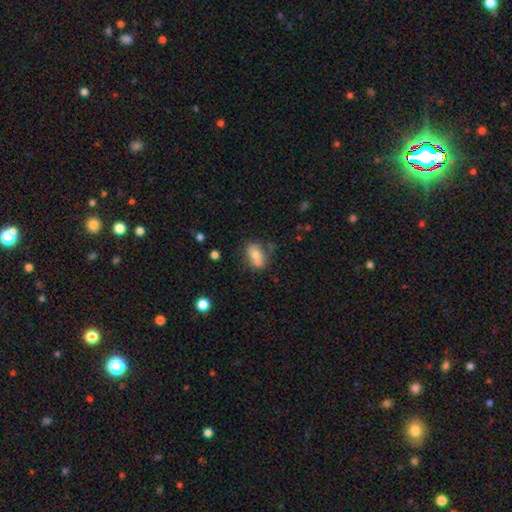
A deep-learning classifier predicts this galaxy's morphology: Smooth or featured: smooth — 69% (featured or disk — 21%)
How rounded: in between — 70% (round — 28%)
Merging: none — 42% (merger — 38%)